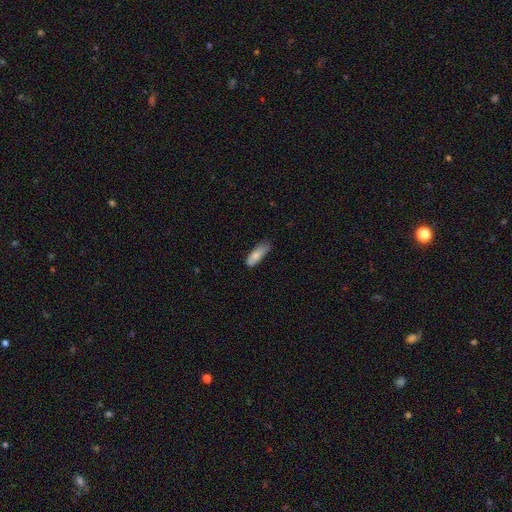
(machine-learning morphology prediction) smooth-or-featured: smooth: 82% | featured or disk: 12% | star or artifact: 6%
  how-rounded: in between: 60% | cigar-shaped: 38% | round: 2%
  merging: none: 60% | minor disturbance: 32% | major disturbance: 6% | merger: 2%